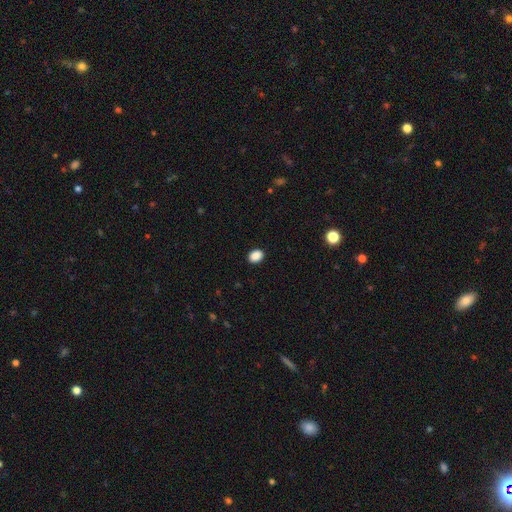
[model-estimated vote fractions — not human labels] Overall: smooth (89%). How rounded: in between (65%; round 34%). Merging: none (91%).